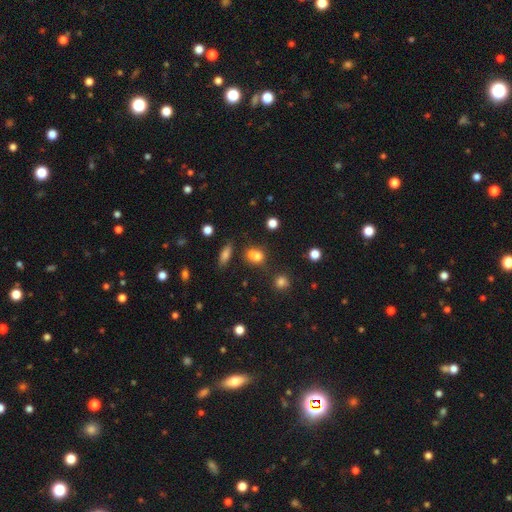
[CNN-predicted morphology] This is likely a smooth galaxy (73%). How rounded: possibly round (60%). Merging: marginally none (41%).